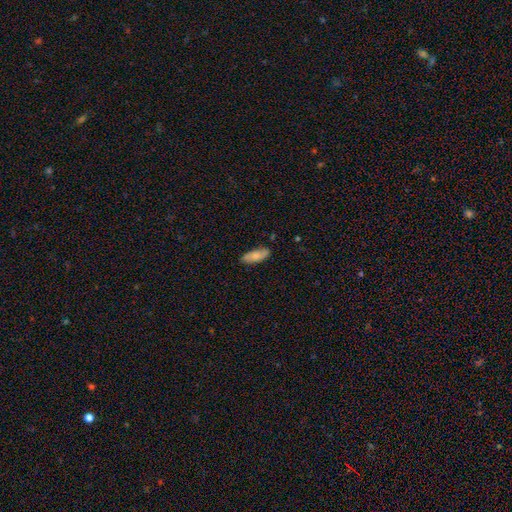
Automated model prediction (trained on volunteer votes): smooth_or_featured: smooth (p=0.74) [alt: featured or disk p=0.20]
how_rounded: in between (p=0.73) [alt: cigar-shaped p=0.25]
merging: none (p=0.80) [alt: minor disturbance p=0.15]